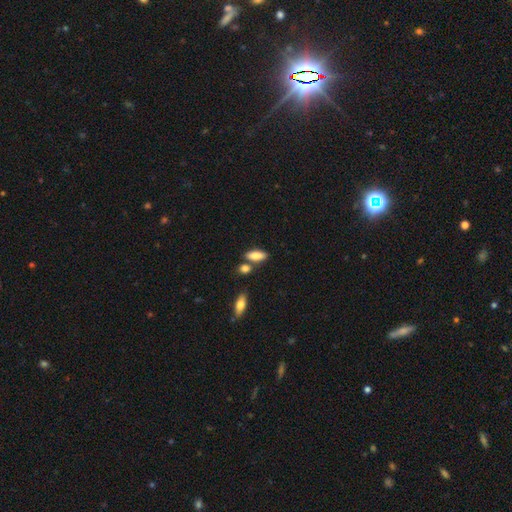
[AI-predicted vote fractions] A smooth galaxy with no disk features (80%) that is in between round and cigar-shaped (78%).

Vote fractions:
- Smooth or featured? smooth: 80% / featured or disk: 14% / star or artifact: 7%
- How rounded? in between: 78% / cigar-shaped: 19% / round: 3%
- Merging? none: 71% / merger: 14% / minor disturbance: 12% / major disturbance: 3%